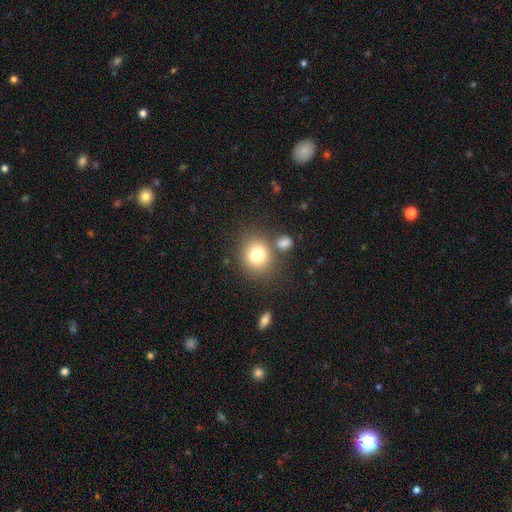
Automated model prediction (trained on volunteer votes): Smooth or featured? smooth (77%)
How rounded? round (69%)
Merging? none (69%)